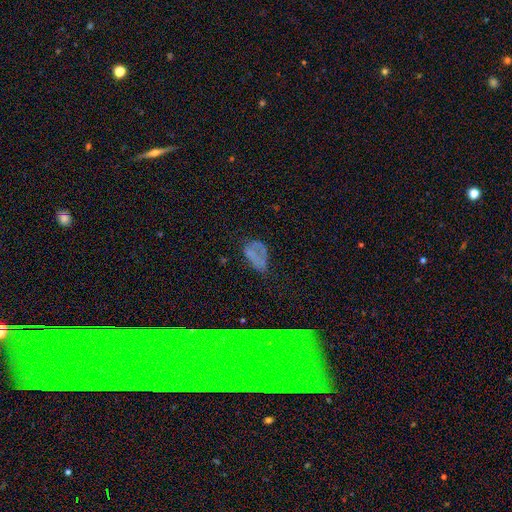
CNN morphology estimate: smooth 49%, featured or disk 31%, star or artifact 20%. Down the decision tree: merging — none (44%).